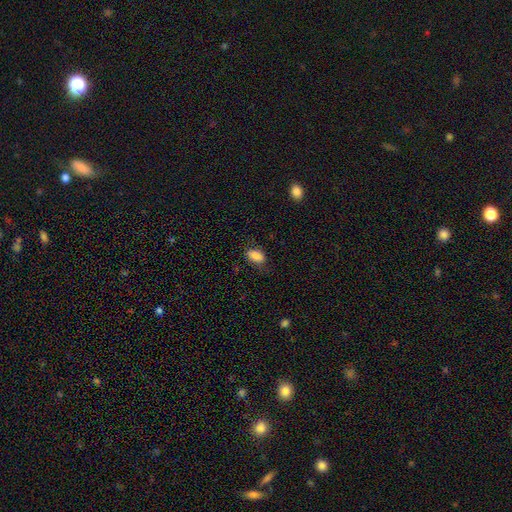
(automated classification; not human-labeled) Q: Smooth or featured?
A: smooth (86%); runner-up: star or artifact (8%)
Q: How rounded?
A: in between (90%); runner-up: round (8%)
Q: Merging?
A: none (73%); runner-up: minor disturbance (20%)